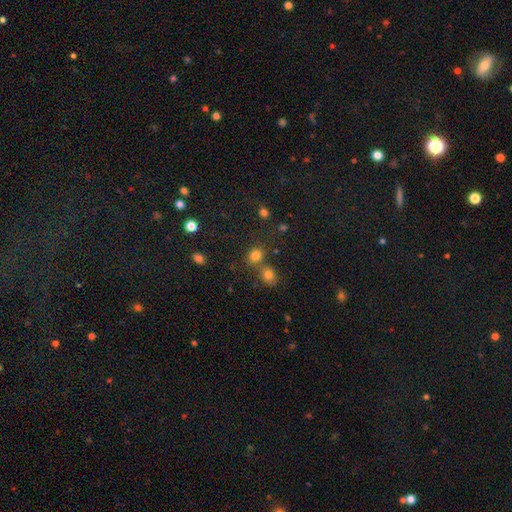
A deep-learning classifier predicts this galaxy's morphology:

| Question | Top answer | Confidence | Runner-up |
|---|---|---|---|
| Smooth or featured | smooth | 79% | star or artifact (15%) |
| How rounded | round | 64% | in between (35%) |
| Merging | none | 60% | merger (26%) |